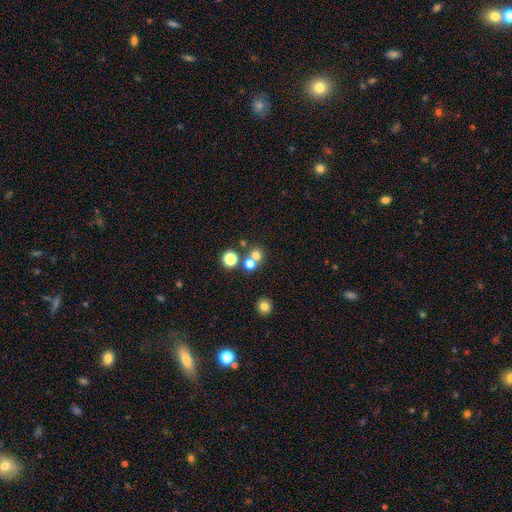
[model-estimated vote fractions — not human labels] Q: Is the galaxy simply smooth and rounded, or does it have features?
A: smooth — 70%.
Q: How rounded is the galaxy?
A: round — 85%.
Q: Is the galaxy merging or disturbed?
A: none — 52%.